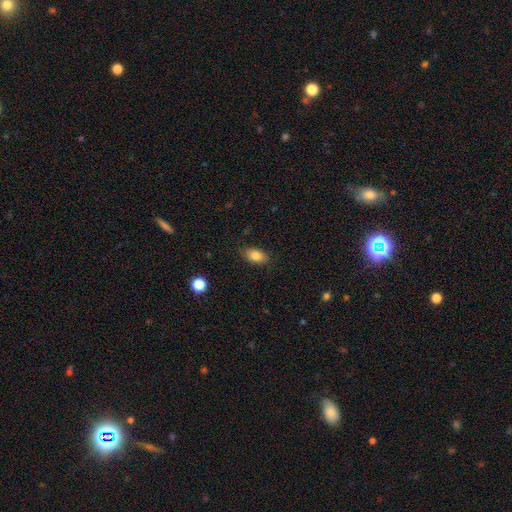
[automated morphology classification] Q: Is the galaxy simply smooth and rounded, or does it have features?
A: smooth — 83%.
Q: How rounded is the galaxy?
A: in between — 87%.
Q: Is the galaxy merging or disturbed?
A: none — 84%.